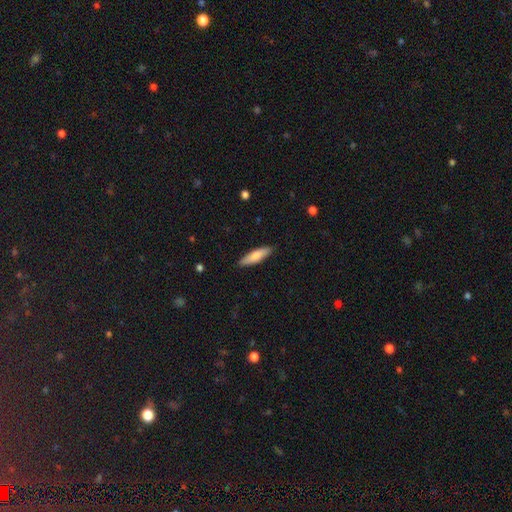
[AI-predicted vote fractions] Q: Smooth or featured?
A: smooth (76%); runner-up: featured or disk (18%)
Q: How rounded?
A: cigar-shaped (65%); runner-up: in between (33%)
Q: Merging?
A: none (88%); runner-up: minor disturbance (9%)